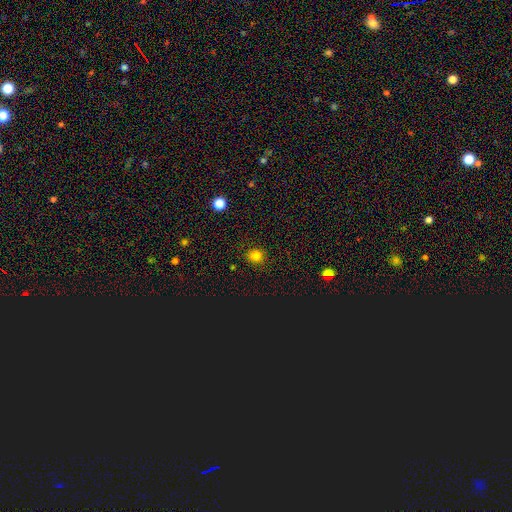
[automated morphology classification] Smooth or featured: smooth — 78% (star or artifact — 17%)
How rounded: round — 81% (in between — 18%)
Merging: none — 88% (minor disturbance — 9%)